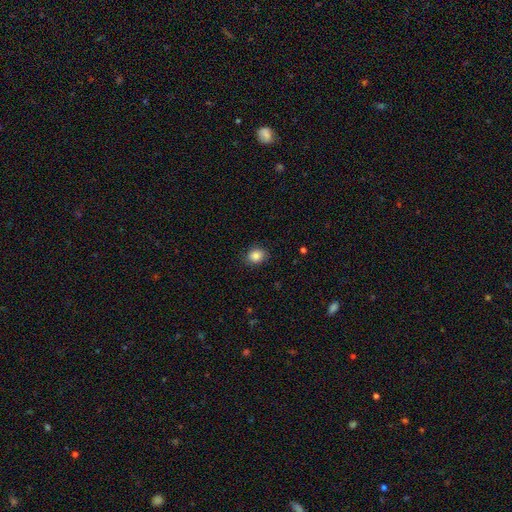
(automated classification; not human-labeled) Smooth or featured? Predicted: smooth (p=0.86). How rounded? Predicted: round (p=0.59). Merging? Predicted: none (p=0.85).